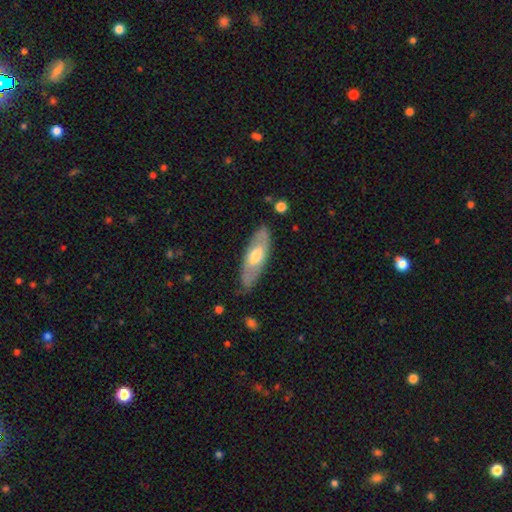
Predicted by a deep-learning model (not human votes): This is possibly a featured or disk galaxy (49%). Merging: likely none (78%).